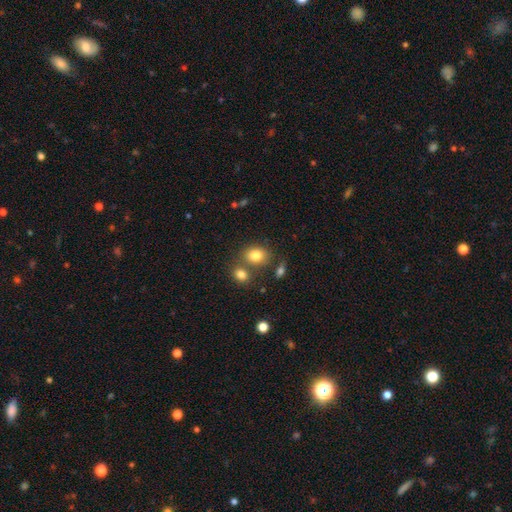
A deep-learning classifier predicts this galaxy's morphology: Smooth or featured: smooth — 81% (star or artifact — 10%)
How rounded: in between — 56% (round — 43%)
Merging: none — 59% (merger — 25%)